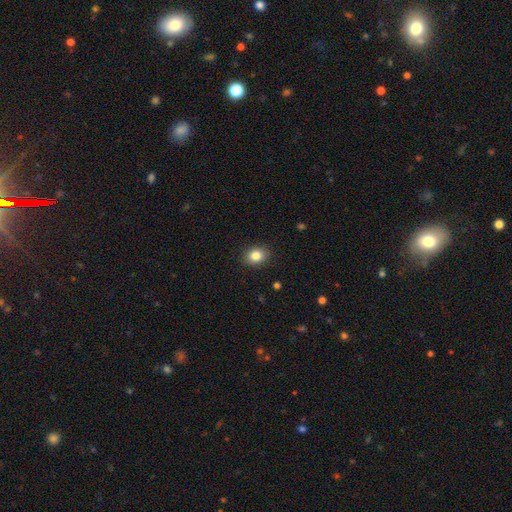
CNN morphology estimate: A smooth galaxy with no disk features (84%) that is in between round and cigar-shaped (53%). Merging: none (89%).